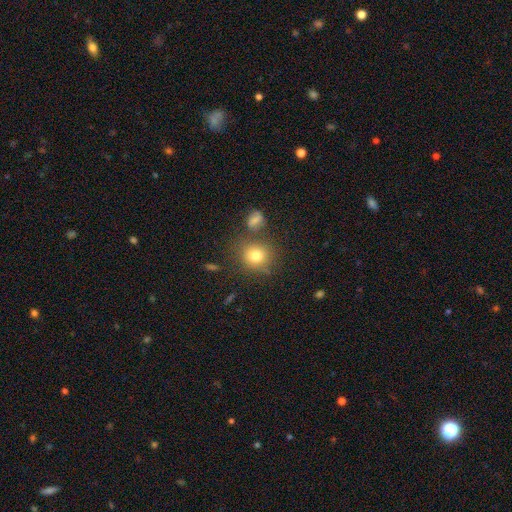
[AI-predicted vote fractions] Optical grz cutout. It shows a smooth galaxy with no disk features (79%) that is round (79%). Merging: none (74%).